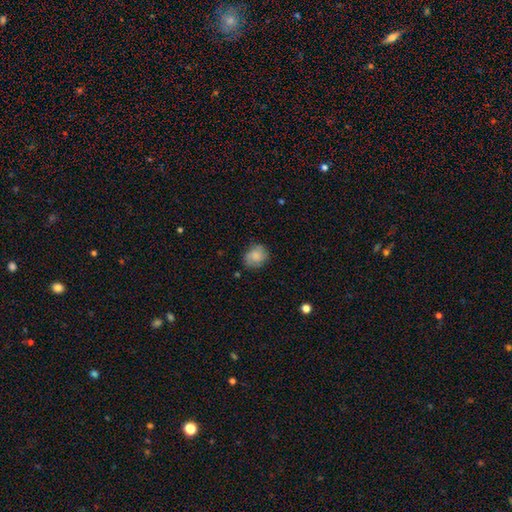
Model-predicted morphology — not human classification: Smooth or featured? Predicted: smooth (p=0.75). How rounded? Predicted: round (p=0.59). Merging? Predicted: none (p=0.73).